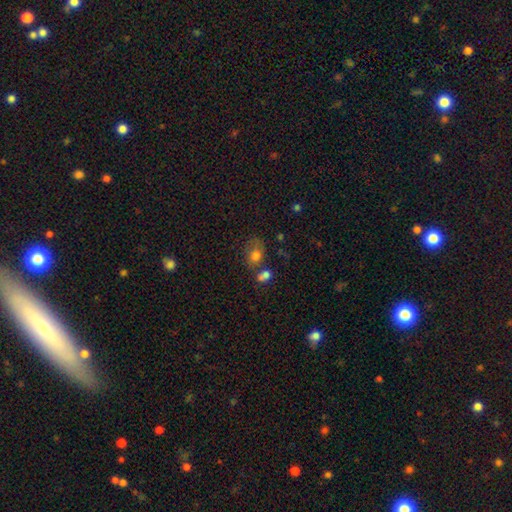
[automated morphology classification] smooth_or_featured: smooth (p=0.75) [alt: featured or disk p=0.14]
how_rounded: in between (p=0.66) [alt: round p=0.33]
merging: none (p=0.37) [alt: merger p=0.26]